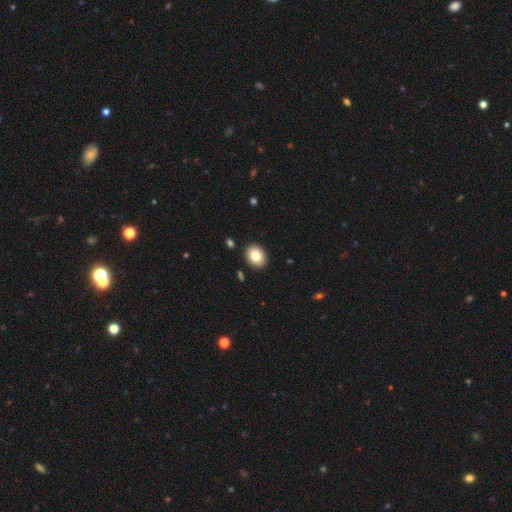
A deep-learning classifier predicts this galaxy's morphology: type=smooth (82%); roundness=in between (54%); merging=none (90%).